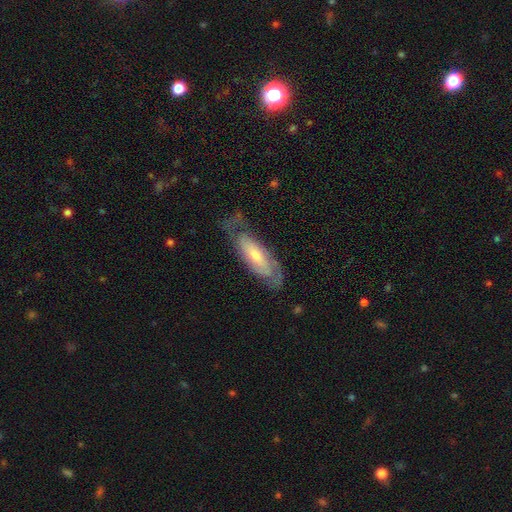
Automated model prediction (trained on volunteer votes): Q: Smooth or featured?
A: featured or disk (66%); runner-up: smooth (28%)
Q: Edge-on disk?
A: no (81%); runner-up: yes (19%)
Q: Bar?
A: no (61%); runner-up: weak (29%)
Q: Spiral arms?
A: yes (86%); runner-up: no (14%)
Q: Bulge size?
A: small (44%); runner-up: moderate (37%)
Q: Merging?
A: none (62%); runner-up: minor disturbance (23%)